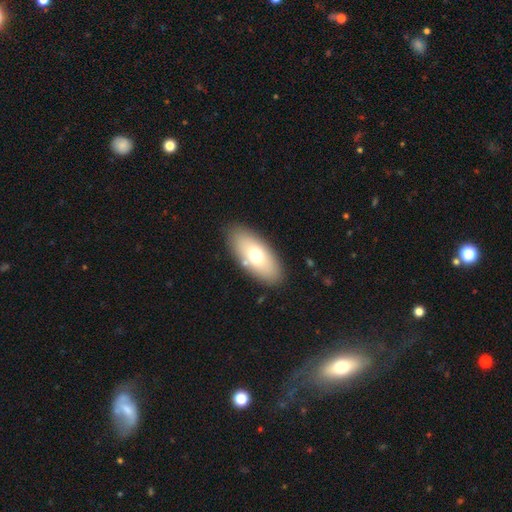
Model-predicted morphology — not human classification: type=smooth (67%); roundness=in between (88%); merging=none (85%).